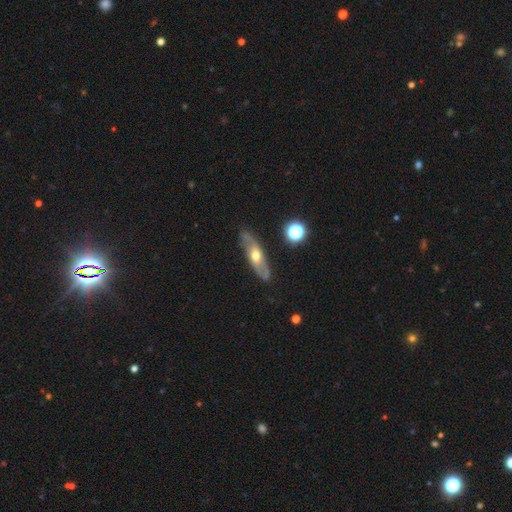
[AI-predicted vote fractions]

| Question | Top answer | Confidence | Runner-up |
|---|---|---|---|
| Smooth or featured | featured or disk | 62% | smooth (31%) |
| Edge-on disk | no | 63% | yes (37%) |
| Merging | none | 79% | minor disturbance (15%) |